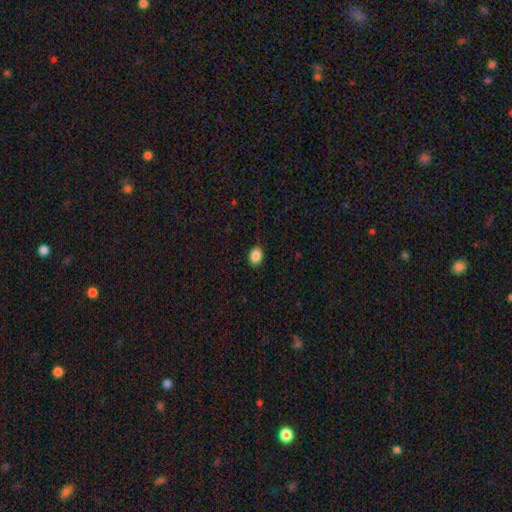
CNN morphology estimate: type=smooth (88%); roundness=in between (65%); merging=none (88%).